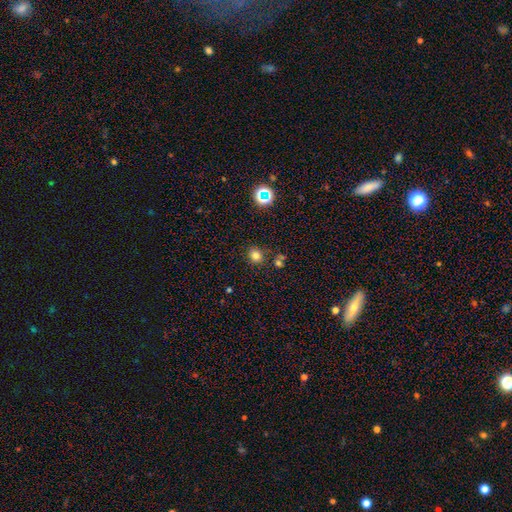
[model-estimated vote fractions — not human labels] smooth 77%, star or artifact 16%, featured or disk 6%. Down the decision tree: how rounded — round (80%); merging — none (81%).